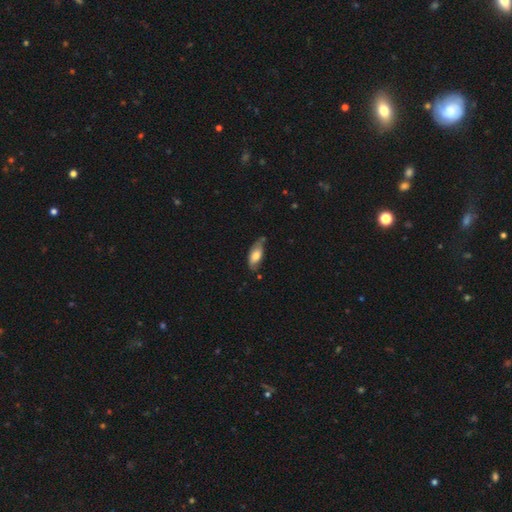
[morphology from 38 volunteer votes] Volunteers were most divided on "merging" (2-way tie): none: 42%, minor disturbance: 42%, merger: 11%, major disturbance: 6%. More confident: how rounded — in between (92%); smooth or featured — smooth (66%).